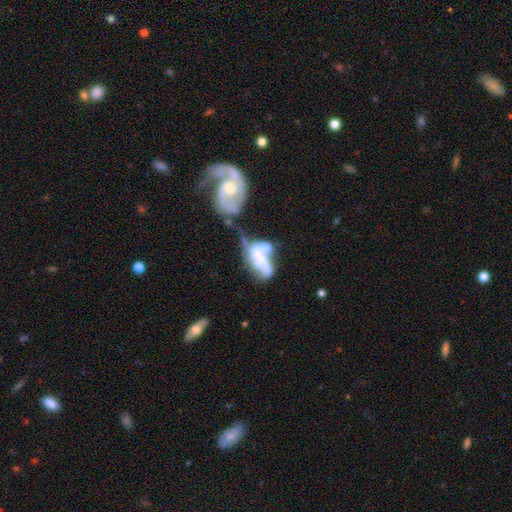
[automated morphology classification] smooth-or-featured: featured or disk: 61% | smooth: 29% | star or artifact: 10%
  disk-edge-on: no: 95% | yes: 5%
    bar: no: 71% | weak: 18% | strong: 11%
    has-spiral-arms: no: 57% | yes: 43%
    bulge-size: none: 47% | moderate: 21% | small: 21% | large: 8% | dominant: 3%
  merging: merger: 53% | major disturbance: 28% | none: 11% | minor disturbance: 9%